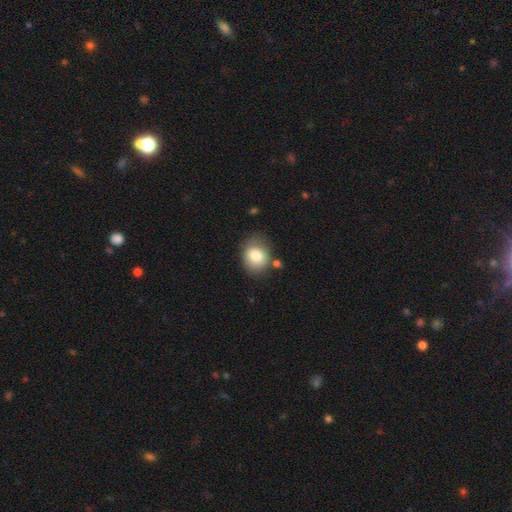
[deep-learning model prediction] Morphology: type=smooth (79%); roundness=round (63%); merging=none (67%).